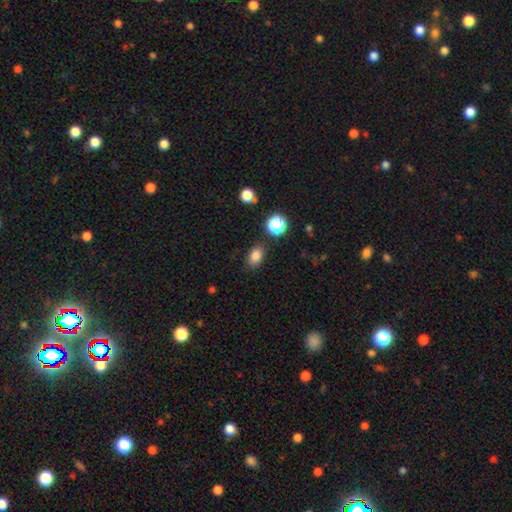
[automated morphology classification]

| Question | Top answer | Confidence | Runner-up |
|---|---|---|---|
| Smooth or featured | smooth | 83% | star or artifact (12%) |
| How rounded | in between | 79% | round (19%) |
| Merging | none | 83% | minor disturbance (11%) |